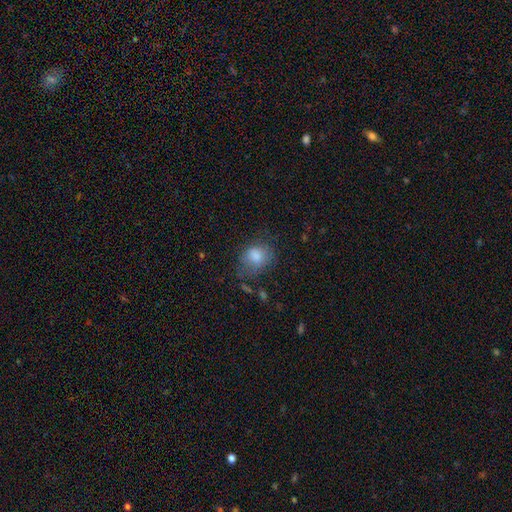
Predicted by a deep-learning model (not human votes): The model was most divided on "how rounded": round: 51%, in between: 48%, cigar-shaped: 1%. More confident: smooth or featured — smooth (78%); merging — none (54%).